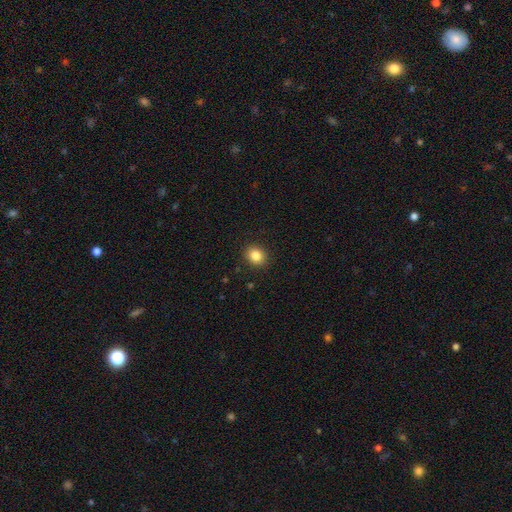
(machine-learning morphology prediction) smooth 85%, star or artifact 10%, featured or disk 5%. Down the decision tree: how rounded — round (66%); merging — none (91%).